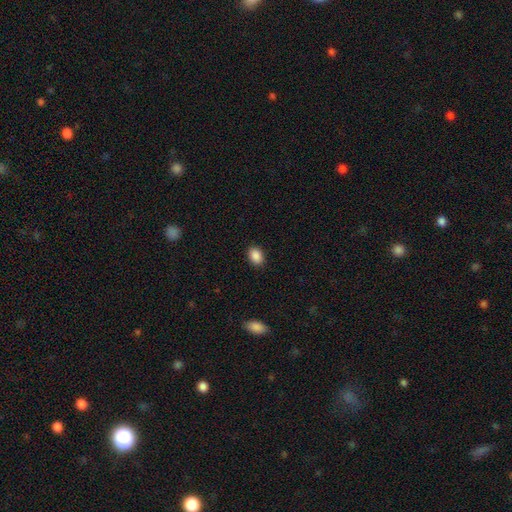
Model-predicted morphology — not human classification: Smooth or featured: smooth — 89% (star or artifact — 8%)
How rounded: in between — 78% (round — 20%)
Merging: none — 89% (minor disturbance — 8%)